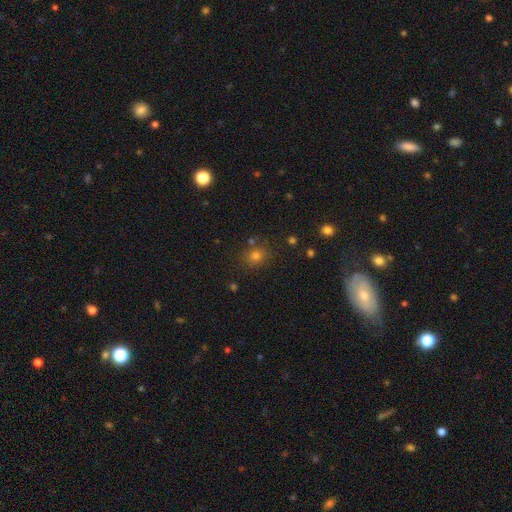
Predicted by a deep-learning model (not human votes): smooth-or-featured: smooth: 70% | star or artifact: 22% | featured or disk: 8%
  how-rounded: round: 74% | in between: 25% | cigar-shaped: 1%
  merging: none: 79% | minor disturbance: 10% | merger: 7% | major disturbance: 3%